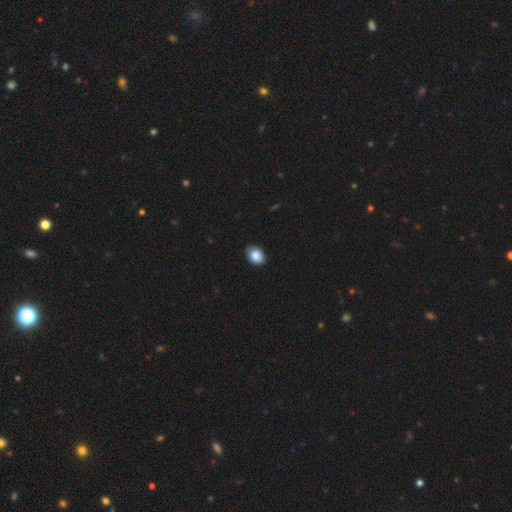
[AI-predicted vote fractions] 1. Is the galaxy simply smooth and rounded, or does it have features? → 88% smooth, 8% star or artifact, 5% featured or disk.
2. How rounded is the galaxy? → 71% in between, 28% round, 1% cigar-shaped.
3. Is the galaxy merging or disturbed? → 85% none, 13% minor disturbance, 2% major disturbance, 1% merger.